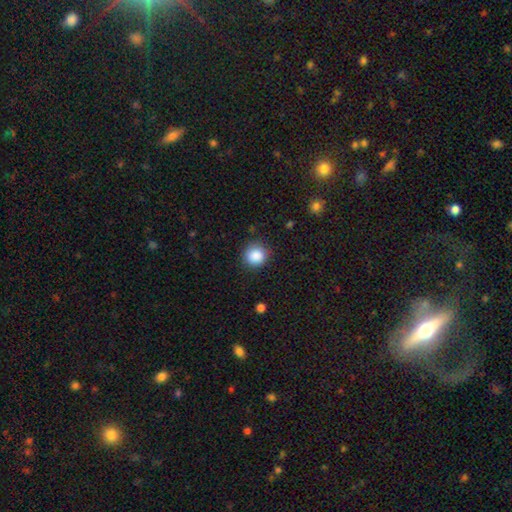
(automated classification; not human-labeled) Smooth or featured? Predicted: smooth (p=0.87). How rounded? Predicted: round (p=0.91). Merging? Predicted: none (p=0.87).